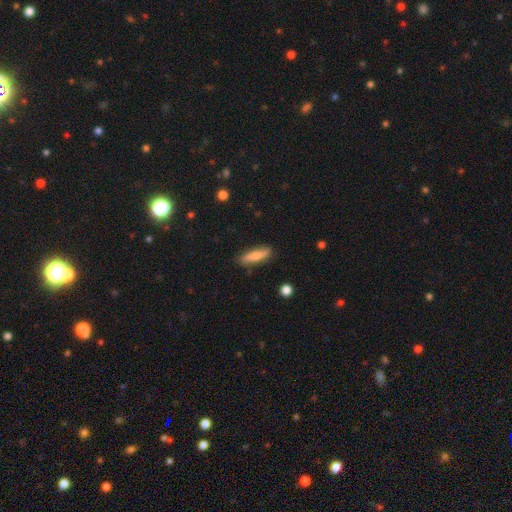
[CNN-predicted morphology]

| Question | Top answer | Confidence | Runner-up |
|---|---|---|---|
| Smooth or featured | smooth | 71% | featured or disk (23%) |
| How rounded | cigar-shaped | 62% | in between (36%) |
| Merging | none | 84% | minor disturbance (13%) |